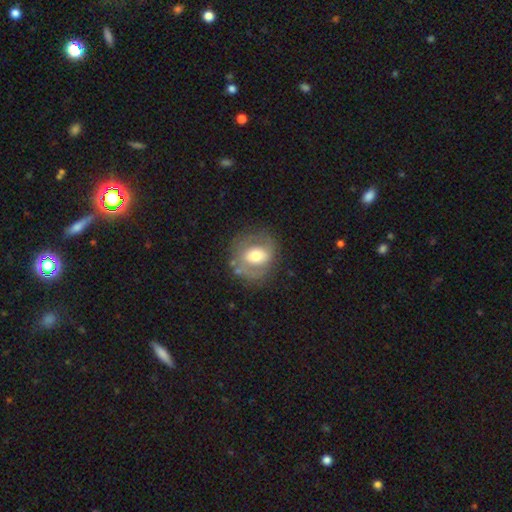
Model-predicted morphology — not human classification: smooth-or-featured: featured or disk: 47% | smooth: 45% | star or artifact: 8%
  merging: none: 69% | minor disturbance: 18% | major disturbance: 10% | merger: 3%